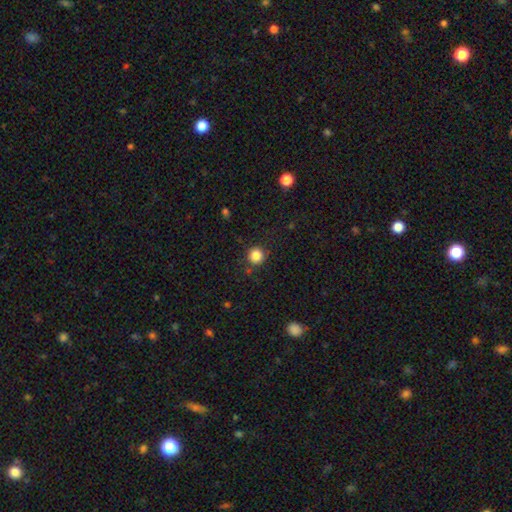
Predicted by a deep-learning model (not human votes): This appears to be a smooth galaxy with no disk features (85%) that is round (94%). Merging: none (87%).